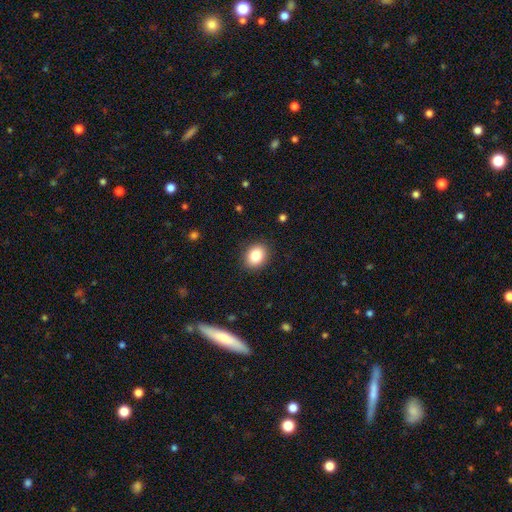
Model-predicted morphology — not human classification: Smooth or featured? Predicted: smooth (p=0.84). How rounded? Predicted: in between (p=0.50). Merging? Predicted: none (p=0.90).